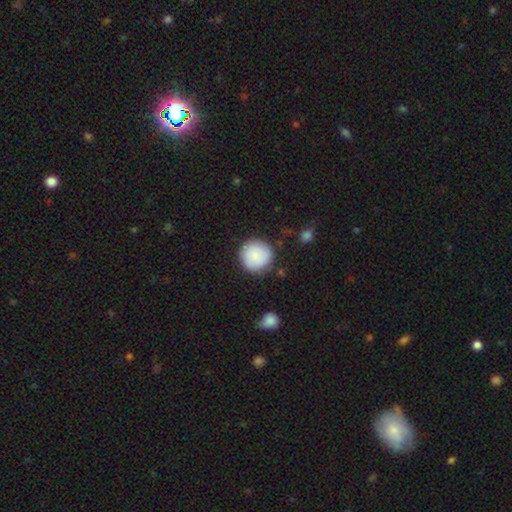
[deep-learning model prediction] smooth-or-featured: smooth: 86% | featured or disk: 8% | star or artifact: 7%
  how-rounded: round: 94% | in between: 5% | cigar-shaped: 1%
  merging: none: 85% | minor disturbance: 10% | major disturbance: 3% | merger: 2%